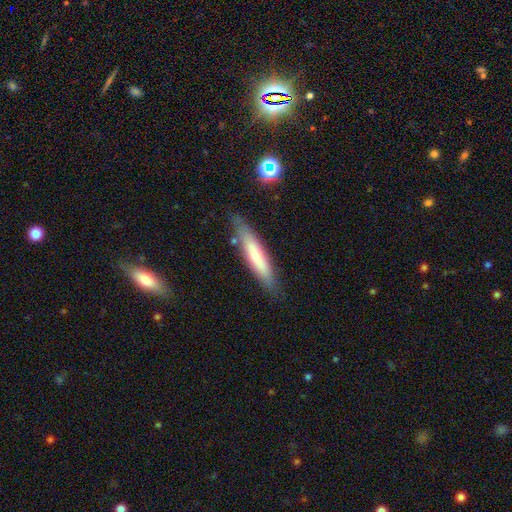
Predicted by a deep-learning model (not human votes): Q: Smooth or featured?
A: smooth (51%); runner-up: featured or disk (37%)
Q: How rounded?
A: cigar-shaped (88%); runner-up: in between (11%)
Q: Merging?
A: none (81%); runner-up: minor disturbance (14%)